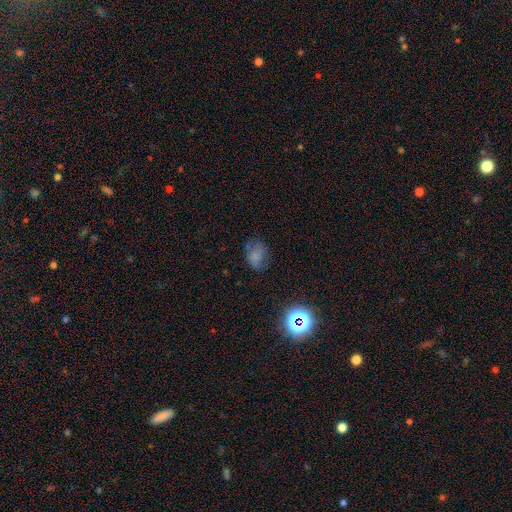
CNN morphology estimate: Smooth or featured? smooth (67%)
How rounded? in between (68%)
Merging? none (57%)